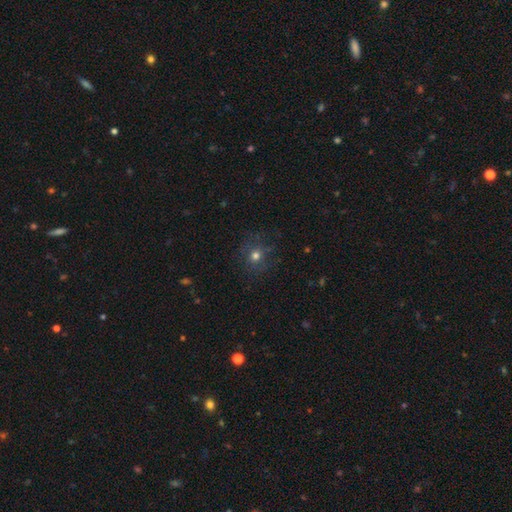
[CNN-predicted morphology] A smooth galaxy with no disk features (66%) that is round (88%).

Vote fractions:
- Smooth or featured? smooth: 66% / star or artifact: 20% / featured or disk: 13%
- How rounded? round: 88% / in between: 11% / cigar-shaped: 1%
- Merging? none: 81% / minor disturbance: 12% / major disturbance: 6% / merger: 1%